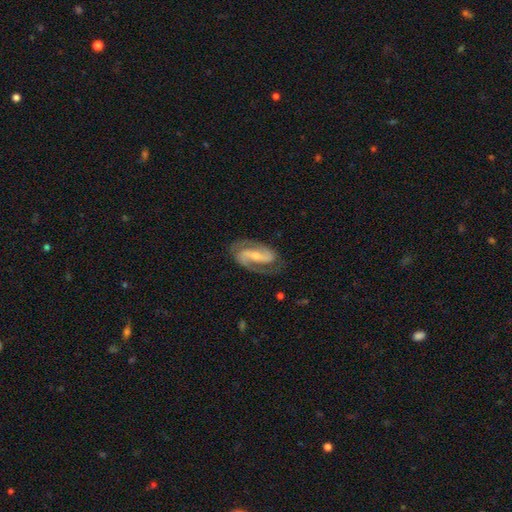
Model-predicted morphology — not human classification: smooth_or_featured: featured or disk (p=0.88) [alt: smooth p=0.08]
disk_edge_on: no (p=0.96) [alt: yes p=0.04]
bar: strong (p=0.47) [alt: weak p=0.32]
has_spiral_arms: yes (p=0.96) [alt: no p=0.04]
spiral_winding: medium (p=0.51) [alt: tight p=0.29]
spiral_arm_count: 2 (p=0.91) [alt: 1 p=0.03]
bulge_size: small (p=0.58) [alt: moderate p=0.33]
merging: none (p=0.78) [alt: minor disturbance p=0.14]